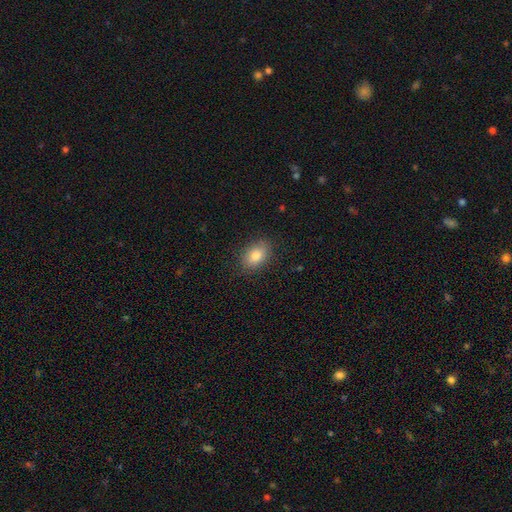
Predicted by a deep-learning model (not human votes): smooth_or_featured: smooth (p=0.82) [alt: featured or disk p=0.10]
how_rounded: in between (p=0.81) [alt: round p=0.17]
merging: none (p=0.85) [alt: minor disturbance p=0.11]